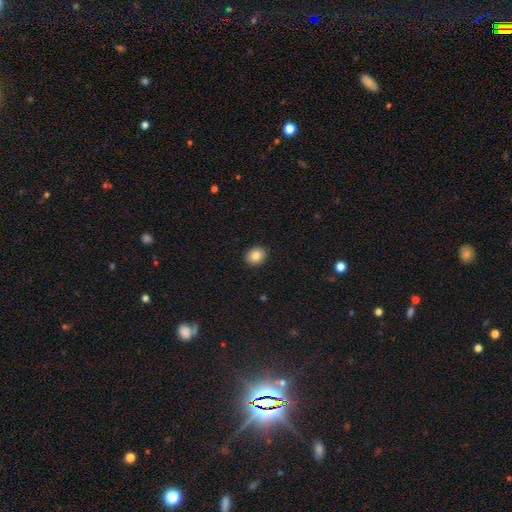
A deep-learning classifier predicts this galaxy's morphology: smooth-or-featured: smooth: 84% | star or artifact: 9% | featured or disk: 7%
  how-rounded: round: 61% | in between: 38% | cigar-shaped: 1%
  merging: none: 91% | minor disturbance: 6% | major disturbance: 2% | merger: 1%